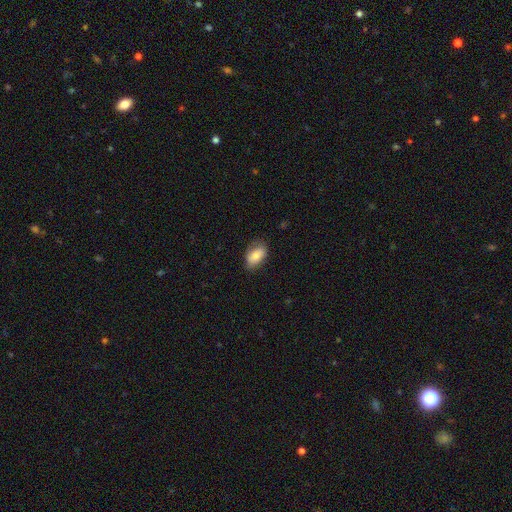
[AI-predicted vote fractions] Smooth or featured: smooth — 78% (featured or disk — 15%)
How rounded: in between — 90% (round — 7%)
Merging: none — 72% (minor disturbance — 22%)